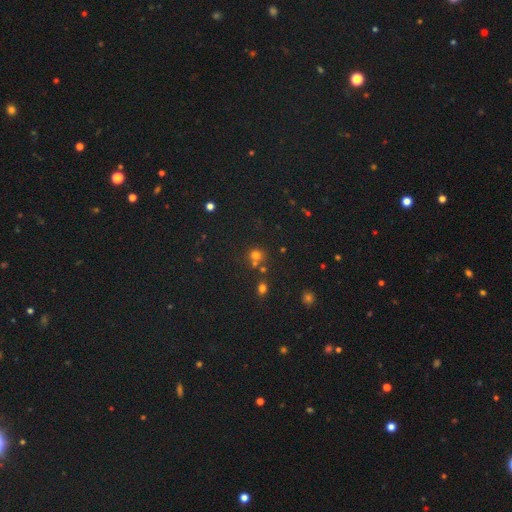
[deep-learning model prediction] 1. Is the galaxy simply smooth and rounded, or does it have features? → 67% smooth, 24% star or artifact, 9% featured or disk.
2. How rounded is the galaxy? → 85% round, 14% in between, 1% cigar-shaped.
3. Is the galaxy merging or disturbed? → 57% none, 30% merger, 9% minor disturbance, 4% major disturbance.